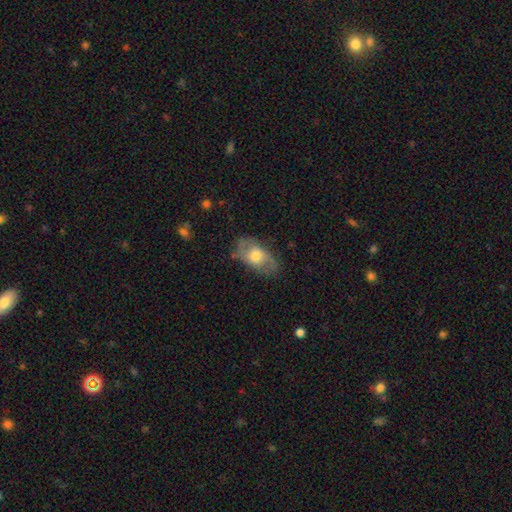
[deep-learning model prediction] This is possibly a featured or disk galaxy (48%). Merging: likely none (66%).